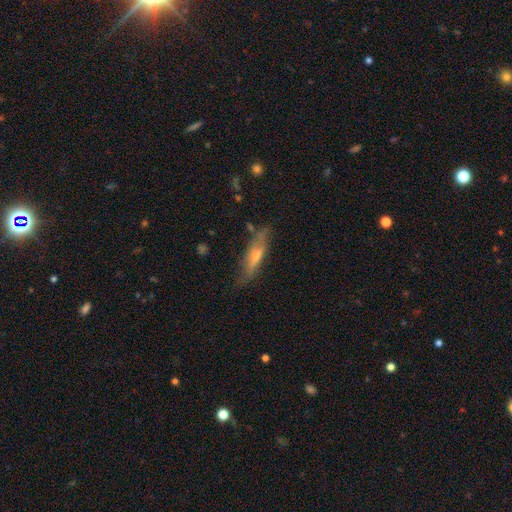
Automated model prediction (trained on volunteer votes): Overall: featured or disk (53%; smooth 40%). Edge-on disk: yes (76%). Merging: none (72%).